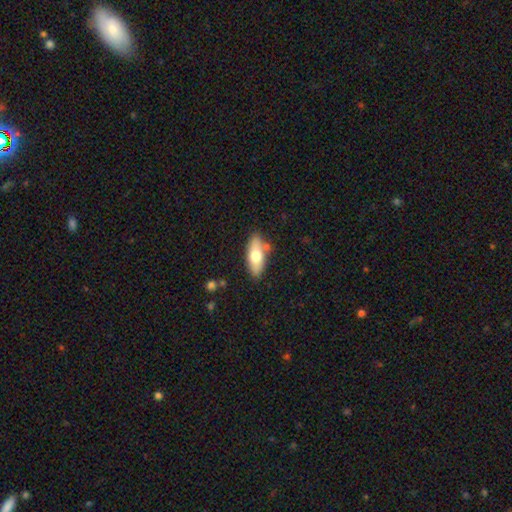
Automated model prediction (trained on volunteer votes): This appears to be a smooth galaxy with no disk features (68%) that is in between round and cigar-shaped (76%). Merging: none (77%).